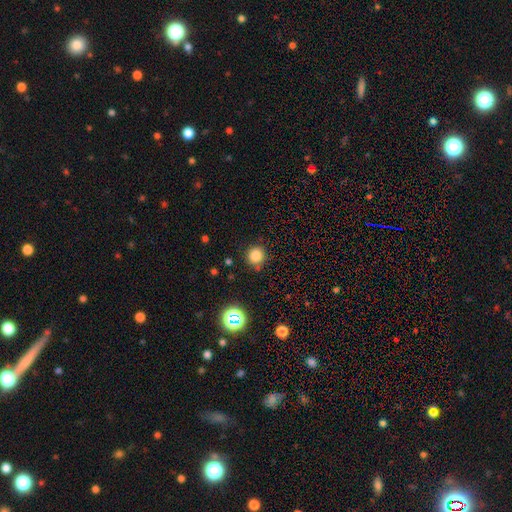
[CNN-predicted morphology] A smooth galaxy with no disk features (80%) that is round (92%).

Vote fractions:
- Smooth or featured? smooth: 80% / star or artifact: 15% / featured or disk: 5%
- How rounded? round: 92% / in between: 7% / cigar-shaped: 1%
- Merging? none: 83% / minor disturbance: 11% / major disturbance: 3% / merger: 3%